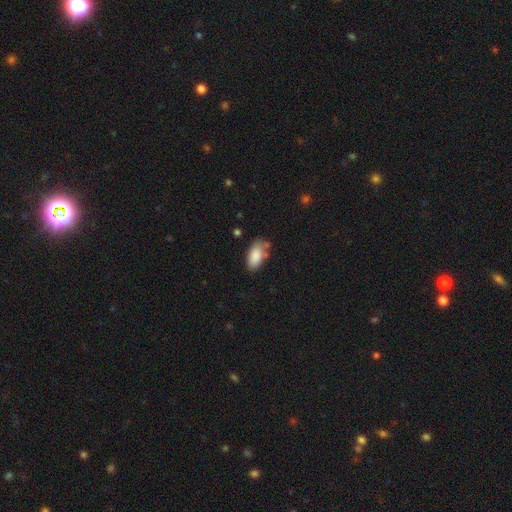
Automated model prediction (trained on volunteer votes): Smooth or featured?
  - smooth: 87% *
  - star or artifact: 7%
  - featured or disk: 6%
How rounded?
  - in between: 94% *
  - round: 3%
  - cigar-shaped: 3%
Merging?
  - none: 64% *
  - minor disturbance: 22%
  - merger: 9%
  - major disturbance: 5%